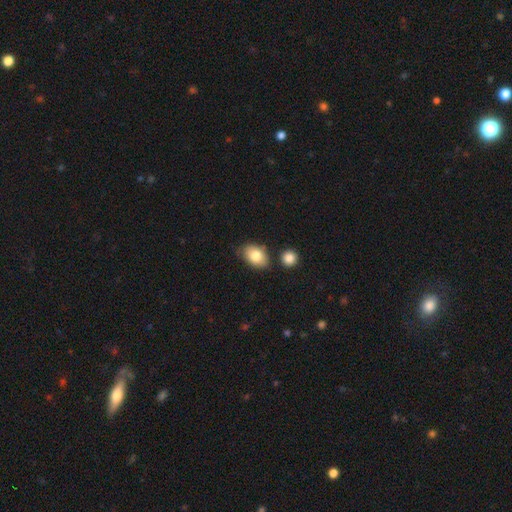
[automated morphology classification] smooth_or_featured: smooth (p=0.80) [alt: featured or disk p=0.13]
how_rounded: in between (p=0.85) [alt: round p=0.14]
merging: none (p=0.70) [alt: minor disturbance p=0.17]